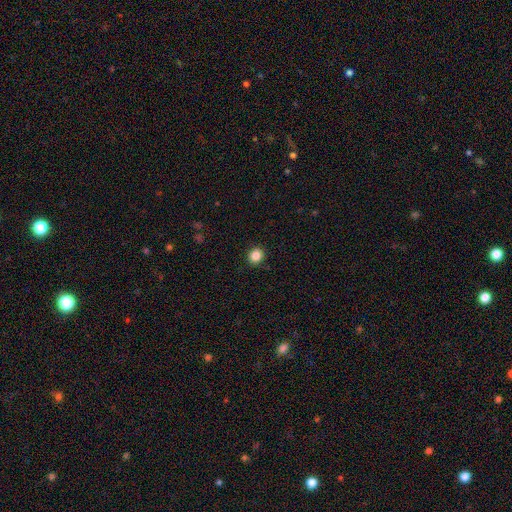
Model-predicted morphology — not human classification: The model was most divided on "how rounded": round: 78%, in between: 21%, cigar-shaped: 1%. More confident: merging — none (91%); smooth or featured — smooth (85%).